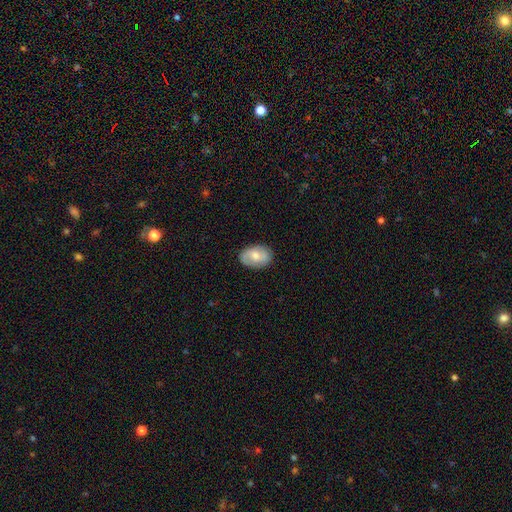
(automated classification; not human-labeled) Morphology: type=smooth (58%); roundness=in between (84%); merging=none (84%).